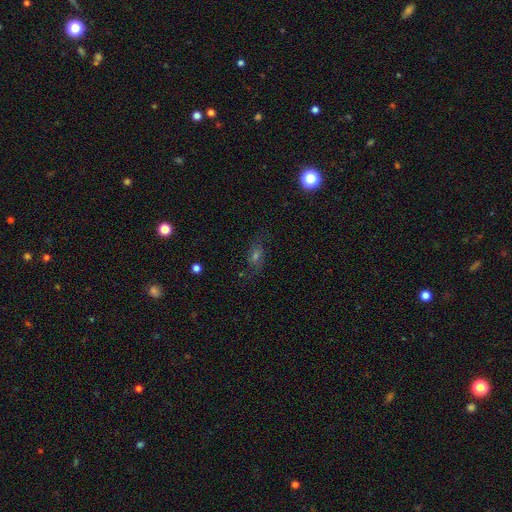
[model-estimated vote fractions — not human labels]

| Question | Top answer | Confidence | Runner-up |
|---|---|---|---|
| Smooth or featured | featured or disk | 45% | smooth (29%) |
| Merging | none | 72% | minor disturbance (16%) |